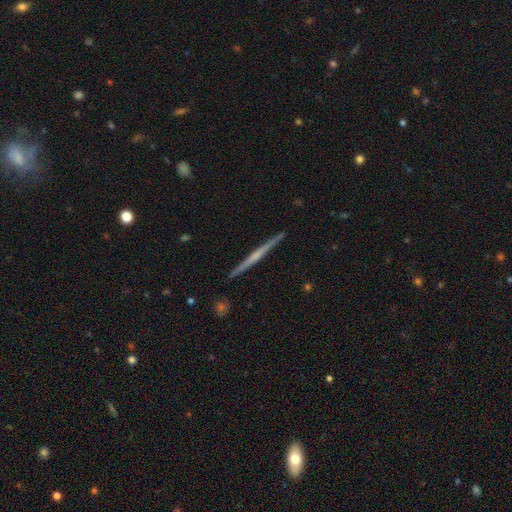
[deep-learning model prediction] Smooth or featured?
  - featured or disk: 69% *
  - smooth: 26%
  - star or artifact: 5%
Edge-on disk?
  - yes: 98% *
  - no: 2%
Edge-on bulge?
  - none: 58% *
  - rounded: 32%
  - boxy: 10%
Merging?
  - none: 92% *
  - minor disturbance: 6%
  - major disturbance: 1%
  - merger: 1%